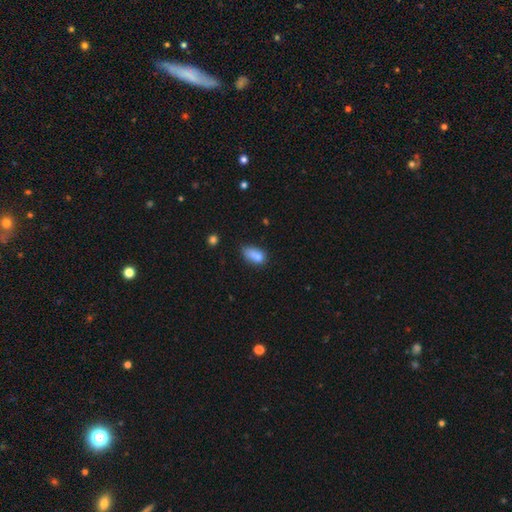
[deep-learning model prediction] A smooth galaxy with no disk features (77%) that is in between round and cigar-shaped (85%). Merging: none (37%).